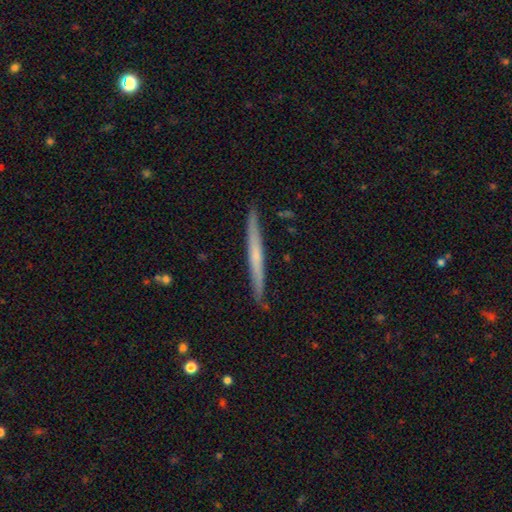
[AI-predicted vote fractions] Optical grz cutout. It shows a featured or disk galaxy (52%) viewed edge-on (97%) with no central bulge (75%). Merging: none (90%).